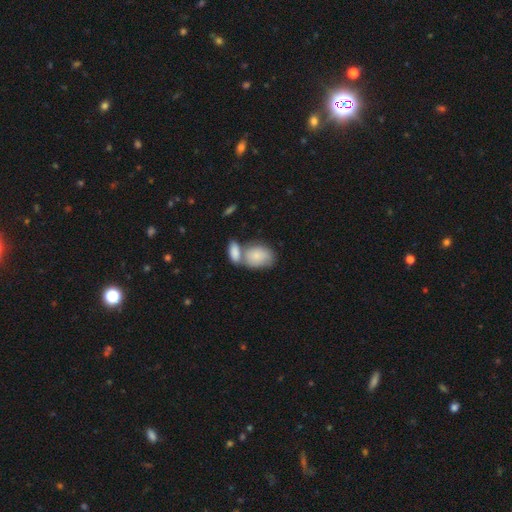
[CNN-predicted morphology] type=smooth (77%); roundness=in between (81%); merging=merger (56%).